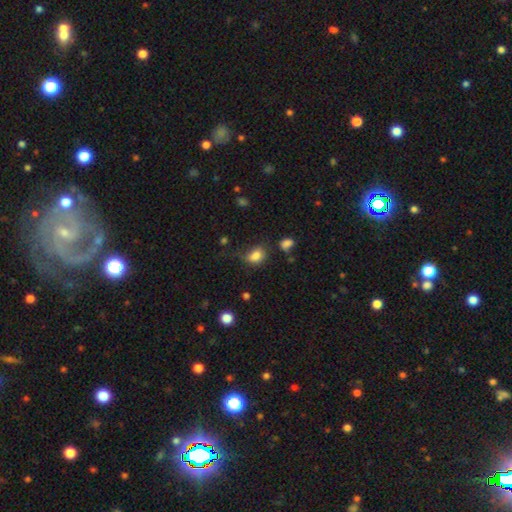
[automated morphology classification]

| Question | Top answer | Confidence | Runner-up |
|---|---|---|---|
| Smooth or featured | smooth | 82% | star or artifact (11%) |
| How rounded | in between | 63% | round (36%) |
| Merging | none | 46% | minor disturbance (31%) |